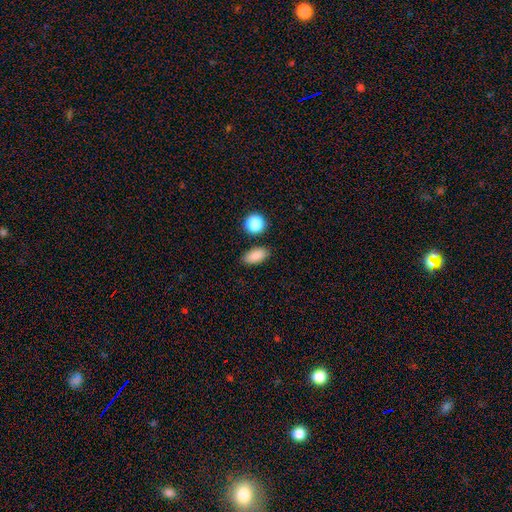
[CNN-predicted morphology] Smooth or featured: smooth — 86% (star or artifact — 9%)
How rounded: in between — 88% (round — 7%)
Merging: none — 84% (minor disturbance — 10%)